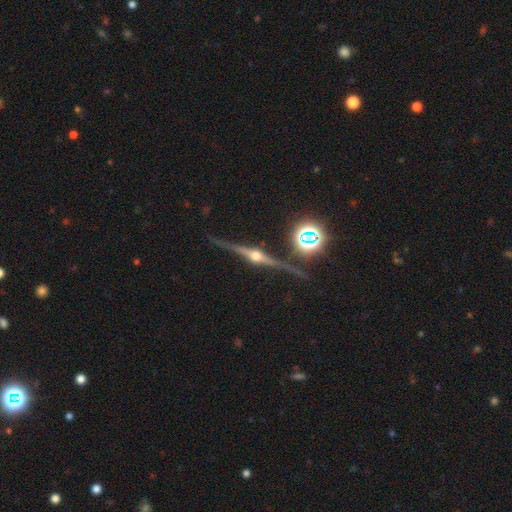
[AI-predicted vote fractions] Smooth or featured? Predicted: featured or disk (p=0.87). Edge-on disk? Predicted: yes (p=0.97). Edge-on bulge? Predicted: rounded (p=0.95). Merging? Predicted: none (p=0.87).